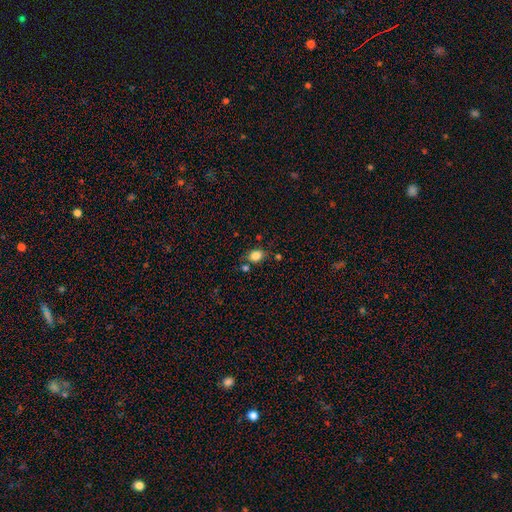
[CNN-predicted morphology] Smooth or featured?
  - smooth: 83% *
  - star or artifact: 11%
  - featured or disk: 6%
How rounded?
  - in between: 60% *
  - round: 39%
  - cigar-shaped: 1%
Merging?
  - none: 72% *
  - minor disturbance: 15%
  - merger: 9%
  - major disturbance: 4%